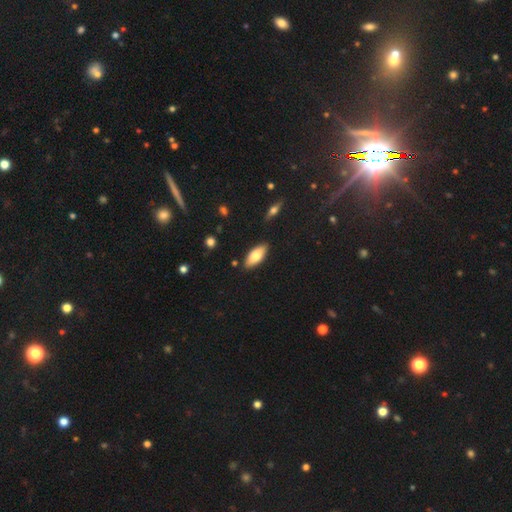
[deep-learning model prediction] smooth-or-featured: smooth: 74% | featured or disk: 20% | star or artifact: 6%
  how-rounded: in between: 81% | cigar-shaped: 17% | round: 2%
  merging: none: 86% | minor disturbance: 10% | merger: 2% | major disturbance: 2%